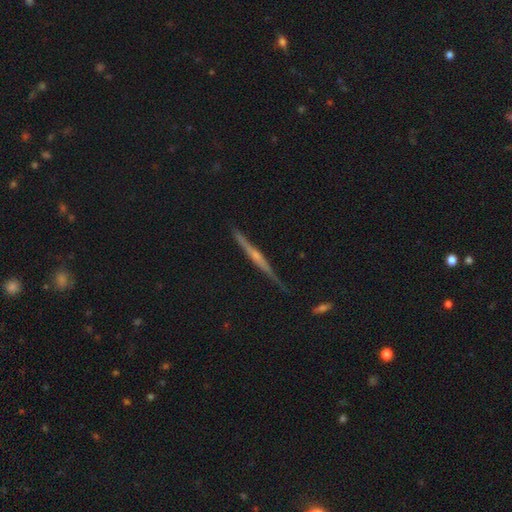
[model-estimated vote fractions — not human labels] This appears to be a featured or disk galaxy (74%) viewed edge-on (98%) with a rounded central bulge (59%). Merging: none (85%).